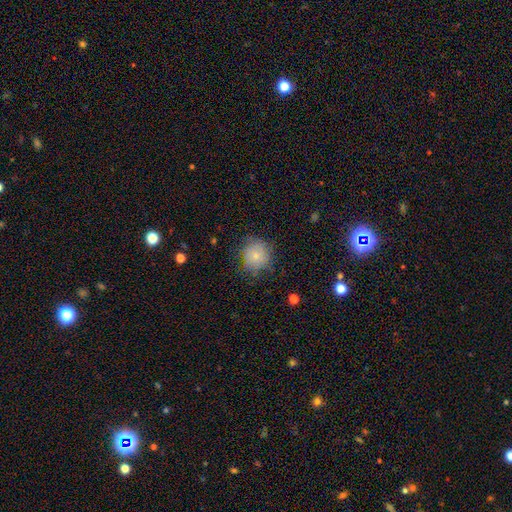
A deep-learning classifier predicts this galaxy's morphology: Smooth or featured?
  - smooth: 76% *
  - featured or disk: 15%
  - star or artifact: 9%
How rounded?
  - round: 87% *
  - in between: 12%
  - cigar-shaped: 1%
Merging?
  - none: 69% *
  - minor disturbance: 22%
  - major disturbance: 8%
  - merger: 1%